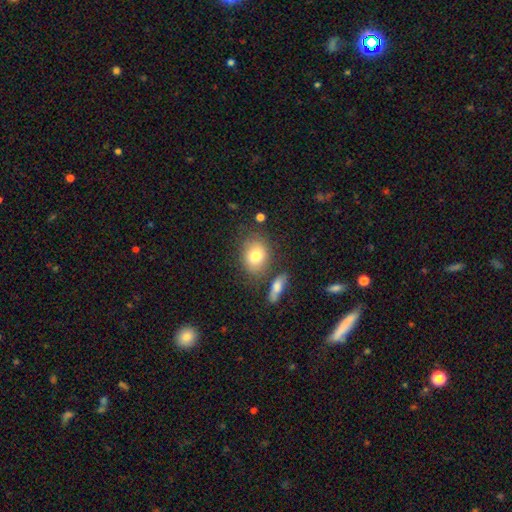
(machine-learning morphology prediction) A smooth galaxy with no disk features (78%) that is in between round and cigar-shaped (60%). Merging: none (71%).